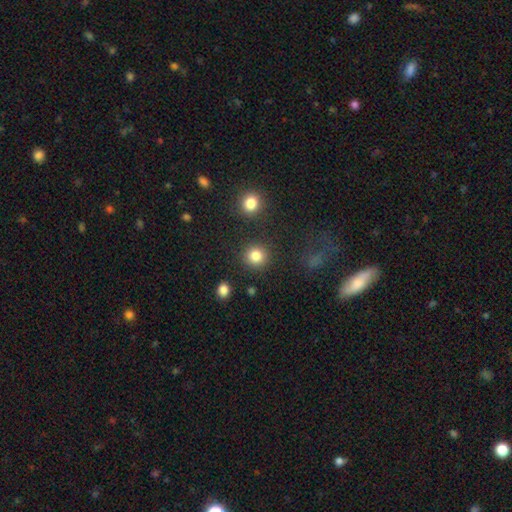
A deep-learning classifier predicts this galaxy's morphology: smooth-or-featured: smooth: 84% | star or artifact: 11% | featured or disk: 6%
  how-rounded: round: 91% | in between: 8% | cigar-shaped: 1%
  merging: none: 88% | minor disturbance: 6% | major disturbance: 3% | merger: 3%